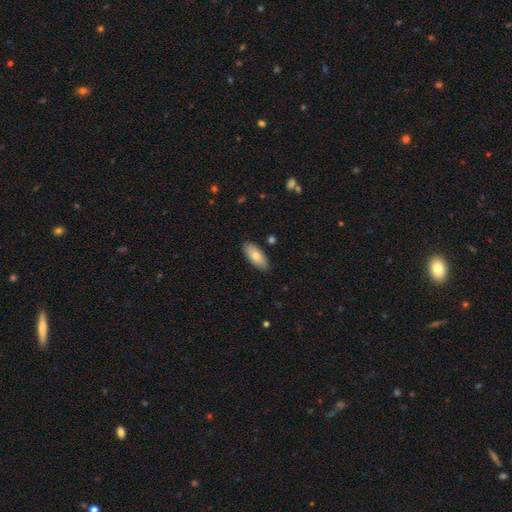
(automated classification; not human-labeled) The model was most divided on "smooth or featured": smooth: 77%, featured or disk: 17%, star or artifact: 6%. More confident: how rounded — in between (88%); merging — none (87%).